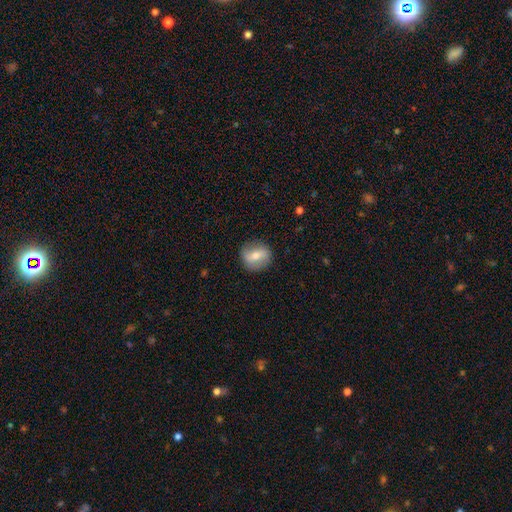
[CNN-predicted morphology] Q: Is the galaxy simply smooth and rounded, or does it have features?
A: smooth — 51%.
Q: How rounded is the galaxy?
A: round — 83%.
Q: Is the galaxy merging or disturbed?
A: none — 86%.